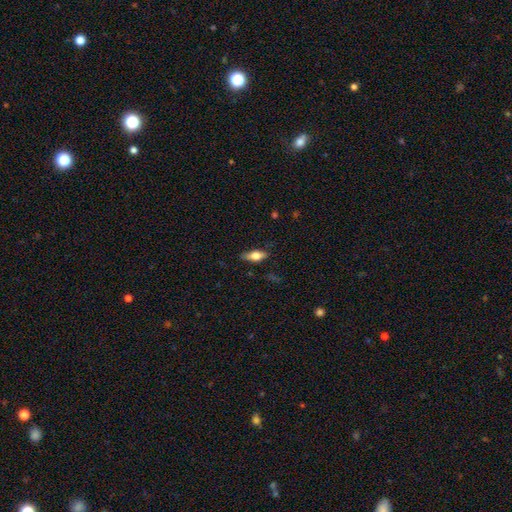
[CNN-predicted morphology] This is likely a smooth galaxy (63%). How rounded: likely in between (71%). Merging: likely none (80%).